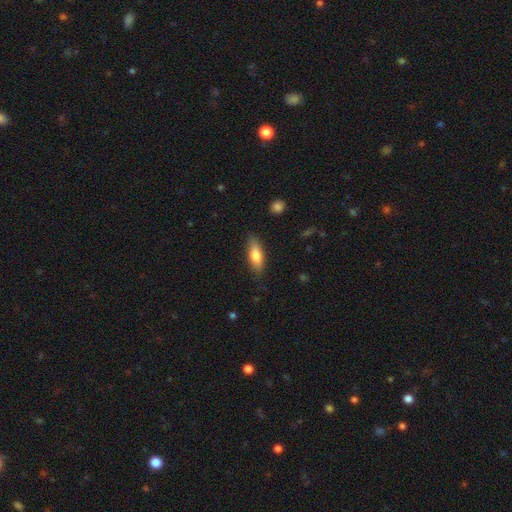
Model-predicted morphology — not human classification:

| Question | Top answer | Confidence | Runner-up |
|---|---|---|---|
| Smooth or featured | smooth | 75% | featured or disk (19%) |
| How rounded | in between | 62% | cigar-shaped (36%) |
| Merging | none | 83% | minor disturbance (13%) |